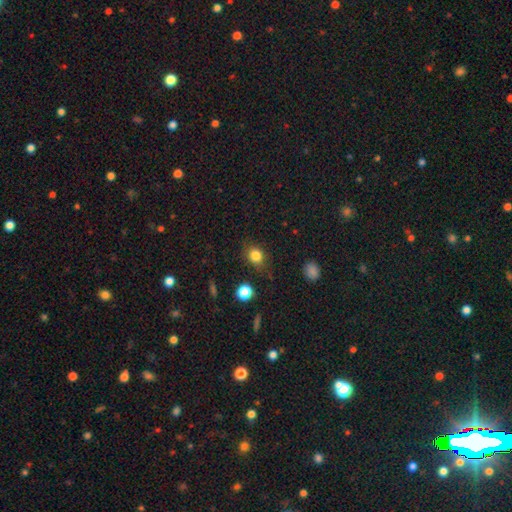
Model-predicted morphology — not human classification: Smooth or featured?
  - smooth: 82% *
  - star or artifact: 12%
  - featured or disk: 6%
How rounded?
  - round: 60% *
  - in between: 39%
  - cigar-shaped: 1%
Merging?
  - none: 78% *
  - minor disturbance: 15%
  - major disturbance: 4%
  - merger: 2%